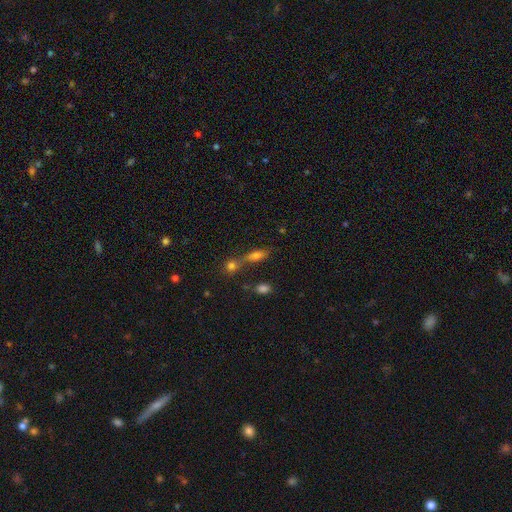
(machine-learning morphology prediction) Smooth or featured? Predicted: smooth (p=0.66). How rounded? Predicted: in between (p=0.58). Merging? Predicted: none (p=0.49).